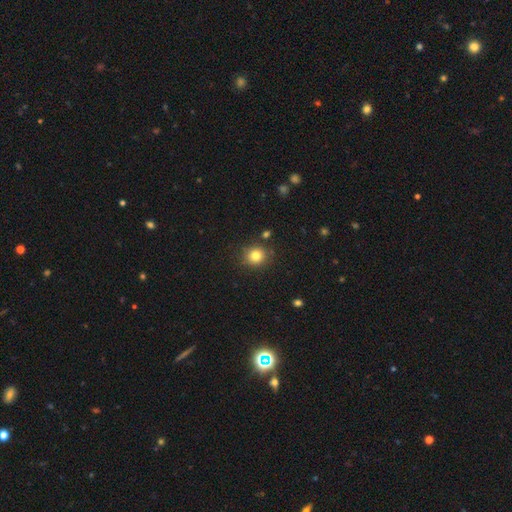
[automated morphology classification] Smooth or featured?
  - smooth: 81% *
  - star or artifact: 12%
  - featured or disk: 7%
How rounded?
  - round: 89% *
  - in between: 10%
  - cigar-shaped: 1%
Merging?
  - none: 86% *
  - minor disturbance: 8%
  - merger: 3%
  - major disturbance: 2%